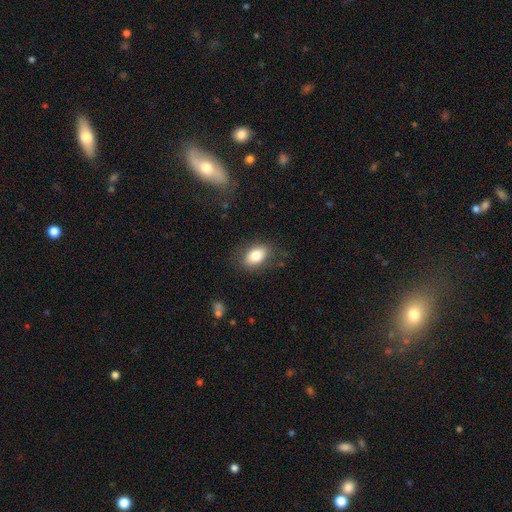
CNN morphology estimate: smooth_or_featured: smooth (p=0.81) [alt: featured or disk p=0.11]
how_rounded: in between (p=0.86) [alt: round p=0.12]
merging: none (p=0.82) [alt: minor disturbance p=0.13]